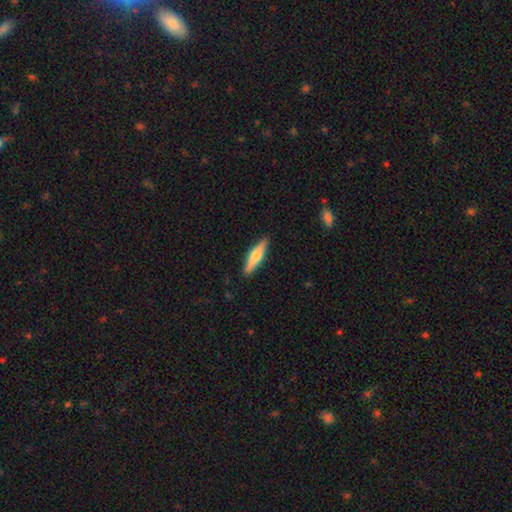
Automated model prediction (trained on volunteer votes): Smooth or featured?
  - smooth: 54% *
  - featured or disk: 40%
  - star or artifact: 6%
How rounded?
  - cigar-shaped: 77% *
  - in between: 21%
  - round: 2%
Merging?
  - none: 89% *
  - minor disturbance: 8%
  - major disturbance: 2%
  - merger: 1%